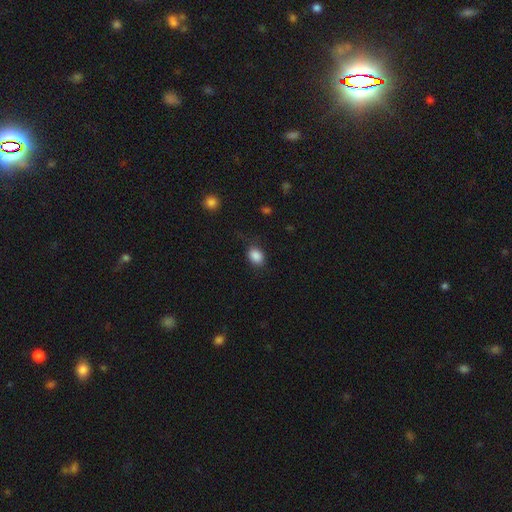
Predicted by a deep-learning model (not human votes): smooth_or_featured: smooth (p=0.87) [alt: star or artifact p=0.09]
how_rounded: in between (p=0.66) [alt: round p=0.33]
merging: none (p=0.77) [alt: minor disturbance p=0.16]